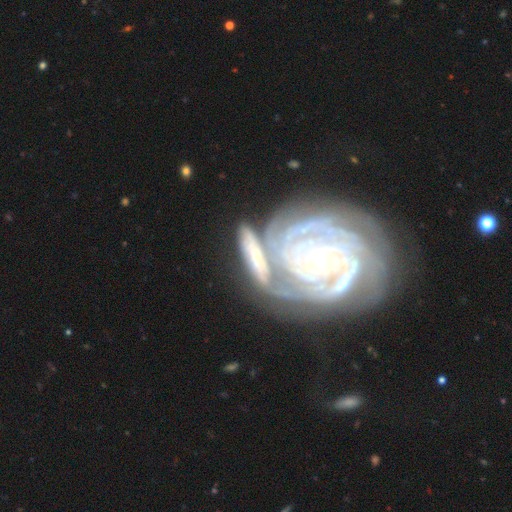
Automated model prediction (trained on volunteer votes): Overall: featured or disk (73%). Edge-on disk: no (87%). Bar: no (66%). Spiral arms: yes (89%). Spiral arm count: can't tell (36%; 3 21%). Spiral winding: tight (80%). Bulge size: small (57%; moderate 33%). Merging: none (38%; merger 37%).